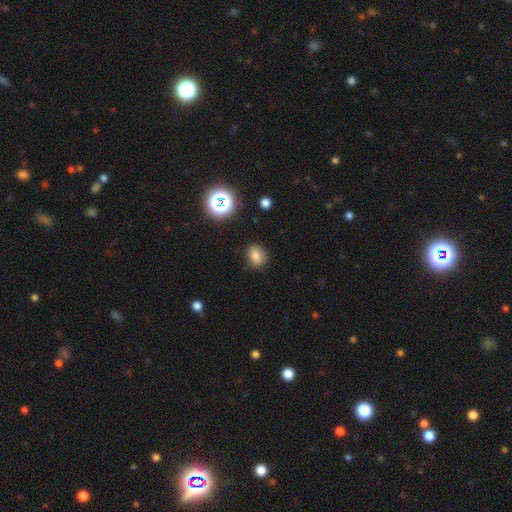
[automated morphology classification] This appears to be a smooth galaxy with no disk features (77%) that is in between round and cigar-shaped (58%). Merging: none (80%).